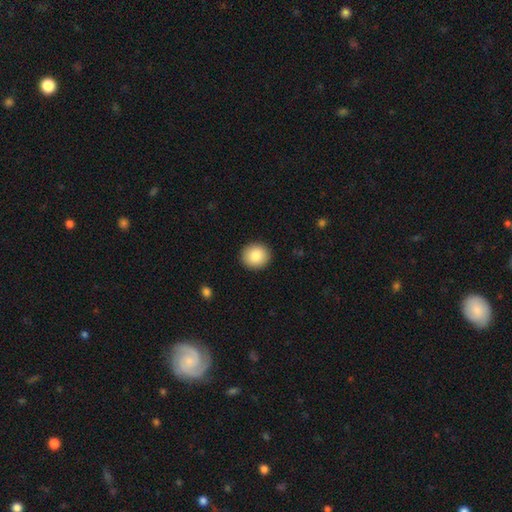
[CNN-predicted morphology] Overall: smooth (86%). How rounded: round (84%). Merging: none (92%).